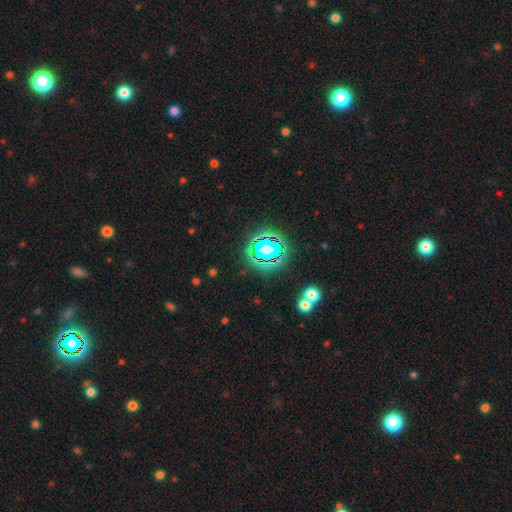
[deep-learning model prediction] Overall: star or artifact (80%).